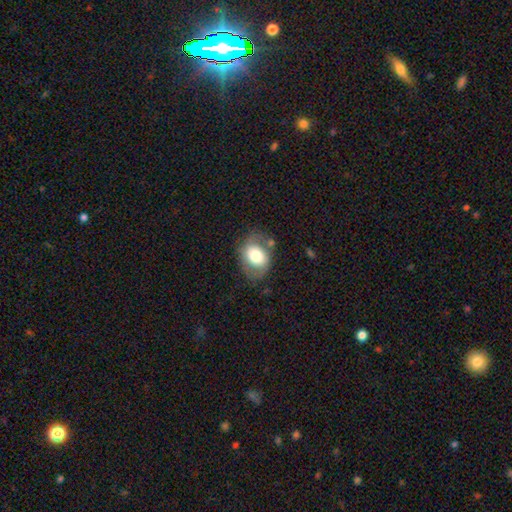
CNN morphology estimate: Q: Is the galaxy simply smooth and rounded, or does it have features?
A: smooth — 63%.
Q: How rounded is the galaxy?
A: in between — 65%.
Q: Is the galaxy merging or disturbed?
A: none — 62%.